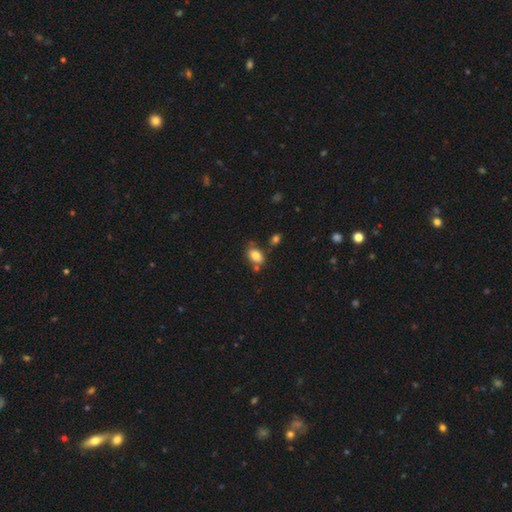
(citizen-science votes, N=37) Smooth or featured? 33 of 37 (89%) said smooth. How rounded? 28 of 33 (85%) said in between. Merging? 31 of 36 (86%) said none.